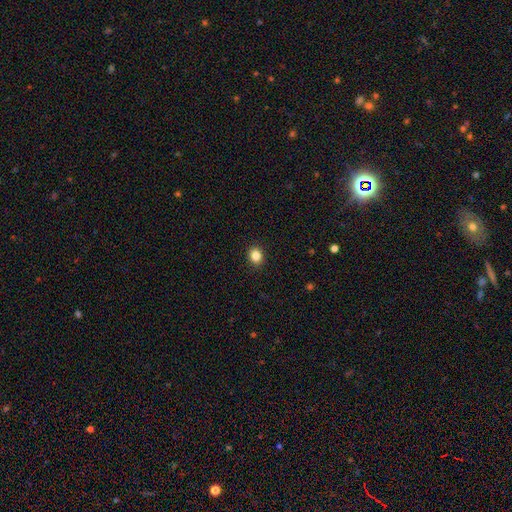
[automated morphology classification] This appears to be a smooth galaxy with no disk features (85%) that is round (66%). Merging: none (91%).